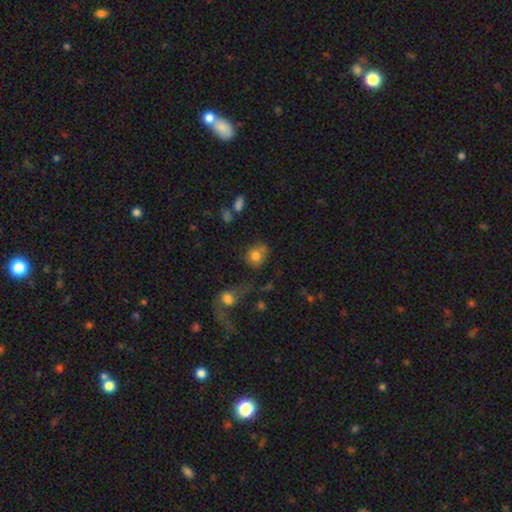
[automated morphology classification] Smooth or featured?
  - smooth: 77% *
  - featured or disk: 12%
  - star or artifact: 11%
How rounded?
  - round: 71% *
  - in between: 28%
  - cigar-shaped: 1%
Merging?
  - none: 53% *
  - merger: 19%
  - minor disturbance: 18%
  - major disturbance: 9%